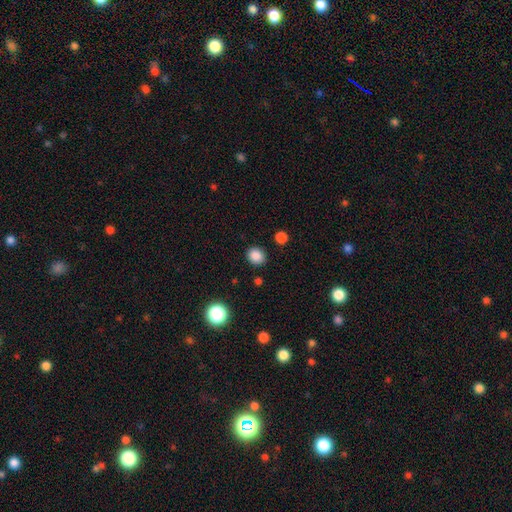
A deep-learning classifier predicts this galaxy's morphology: A smooth galaxy with no disk features (86%) that is round (74%).

Vote fractions:
- Smooth or featured? smooth: 86% / star or artifact: 11% / featured or disk: 3%
- How rounded? round: 74% / in between: 25% / cigar-shaped: 1%
- Merging? none: 88% / minor disturbance: 7% / major disturbance: 2% / merger: 2%